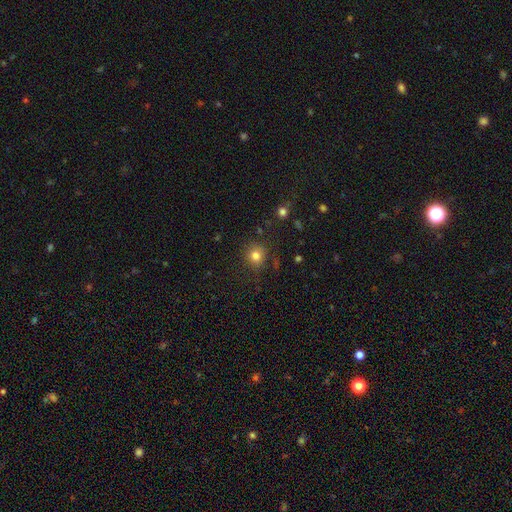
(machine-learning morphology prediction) Smooth or featured: smooth — 80% (star or artifact — 13%)
How rounded: round — 87% (in between — 12%)
Merging: none — 84% (minor disturbance — 10%)